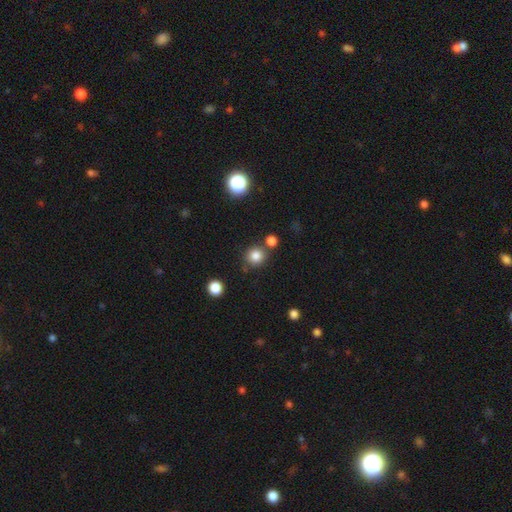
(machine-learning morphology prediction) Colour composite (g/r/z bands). It shows a smooth galaxy with no disk features (82%) that is round (89%). Merging: none (76%).